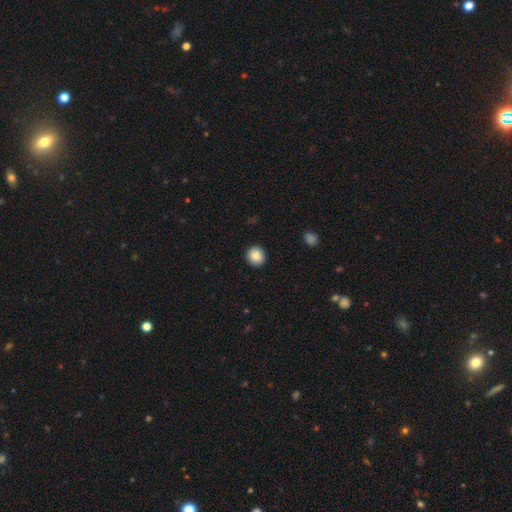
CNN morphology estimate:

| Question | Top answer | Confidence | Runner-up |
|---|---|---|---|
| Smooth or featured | smooth | 86% | star or artifact (8%) |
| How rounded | round | 88% | in between (11%) |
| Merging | none | 92% | minor disturbance (6%) |